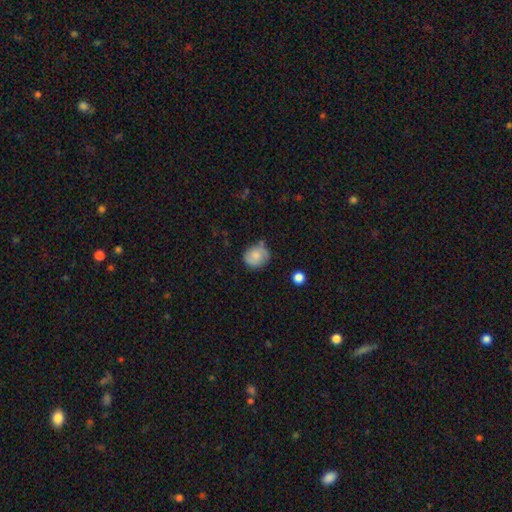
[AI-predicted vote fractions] Smooth or featured? smooth (70%)
How rounded? round (69%)
Merging? none (62%)